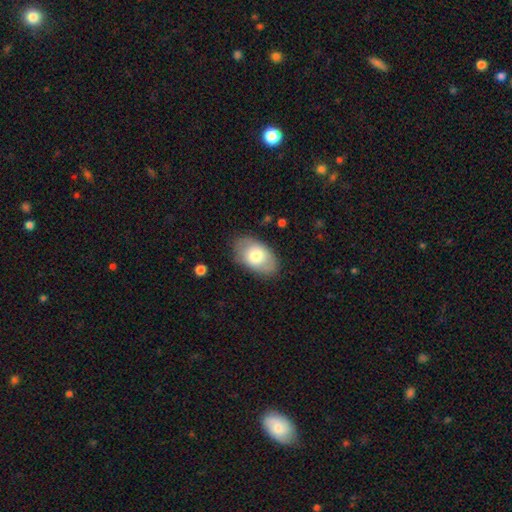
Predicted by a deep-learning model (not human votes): Smooth or featured: smooth — 72% (featured or disk — 22%)
How rounded: in between — 92% (round — 7%)
Merging: none — 80% (minor disturbance — 14%)